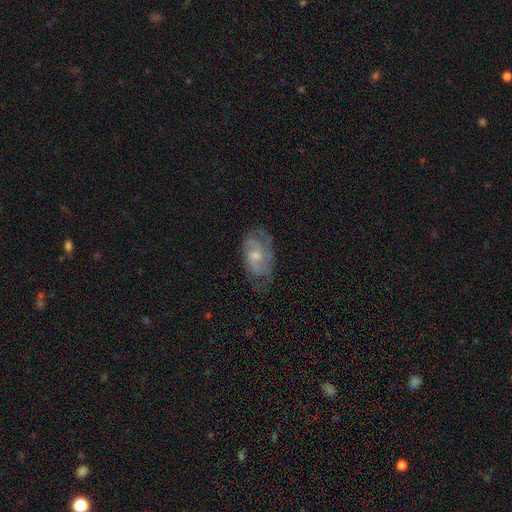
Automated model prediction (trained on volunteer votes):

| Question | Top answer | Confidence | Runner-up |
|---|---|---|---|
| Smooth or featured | featured or disk | 73% | smooth (19%) |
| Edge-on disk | no | 95% | yes (5%) |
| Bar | no | 67% | weak (29%) |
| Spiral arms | yes | 89% | no (11%) |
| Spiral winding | medium | 43% | tight (42%) |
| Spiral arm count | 2 | 46% | can't tell (29%) |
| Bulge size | moderate | 52% | small (41%) |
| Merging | none | 65% | minor disturbance (24%) |